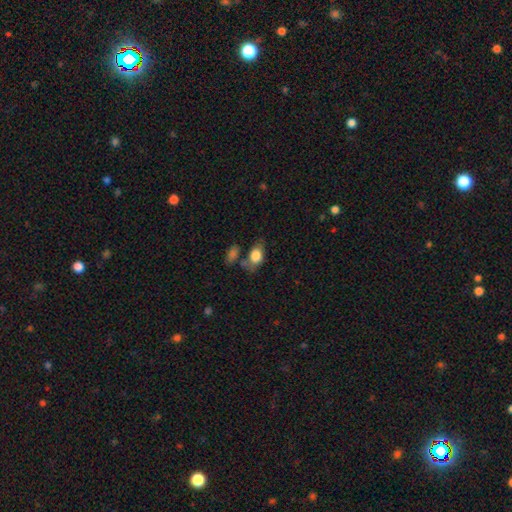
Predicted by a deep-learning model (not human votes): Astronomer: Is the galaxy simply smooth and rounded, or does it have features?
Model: smooth — 78%.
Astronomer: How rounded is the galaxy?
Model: in between — 78%.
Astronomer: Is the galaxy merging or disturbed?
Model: none — 46% (runner-up: minor disturbance, 24%).